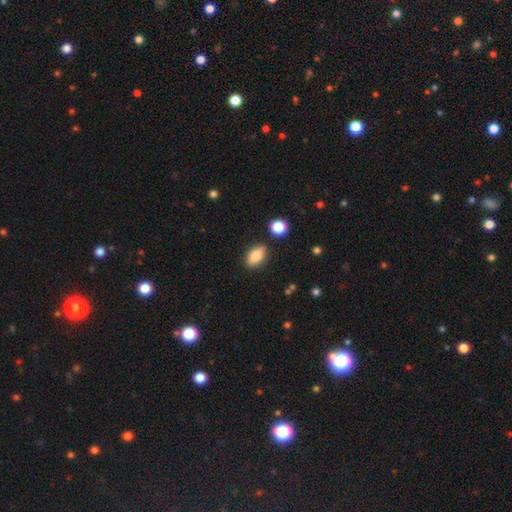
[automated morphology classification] A smooth galaxy with no disk features (78%) that is in between round and cigar-shaped (82%).

Vote fractions:
- Smooth or featured? smooth: 78% / featured or disk: 14% / star or artifact: 8%
- How rounded? in between: 82% / cigar-shaped: 10% / round: 8%
- Merging? none: 86% / minor disturbance: 9% / merger: 3% / major disturbance: 2%